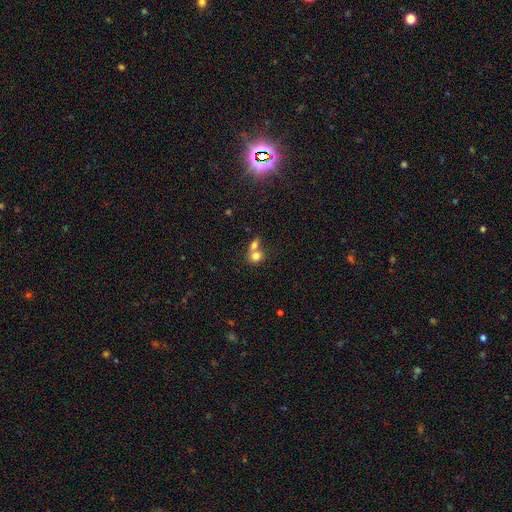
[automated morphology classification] Q: Smooth or featured?
A: smooth (77%); runner-up: featured or disk (13%)
Q: How rounded?
A: round (63%); runner-up: in between (36%)
Q: Merging?
A: merger (62%); runner-up: none (28%)